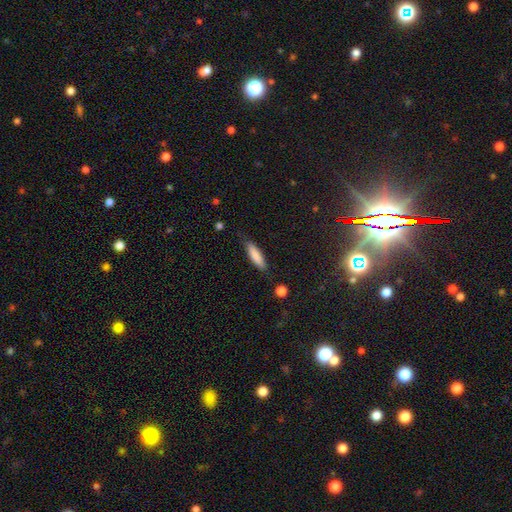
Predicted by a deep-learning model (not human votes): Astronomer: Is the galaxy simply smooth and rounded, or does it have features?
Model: smooth — 82%.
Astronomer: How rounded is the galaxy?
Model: cigar-shaped — 67%.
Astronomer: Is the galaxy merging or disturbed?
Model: none — 76%.